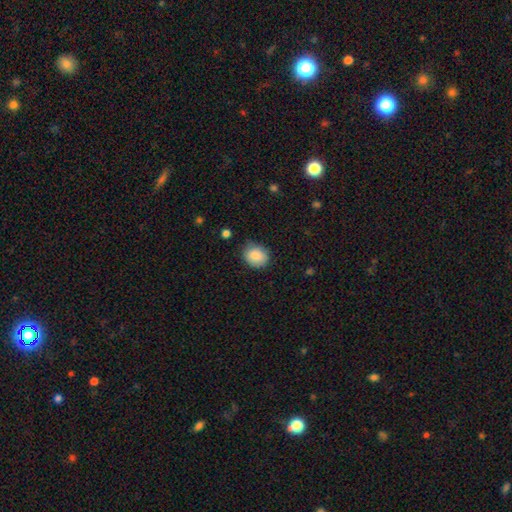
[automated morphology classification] This appears to be a smooth galaxy with no disk features (86%) that is round (58%). Merging: none (73%).